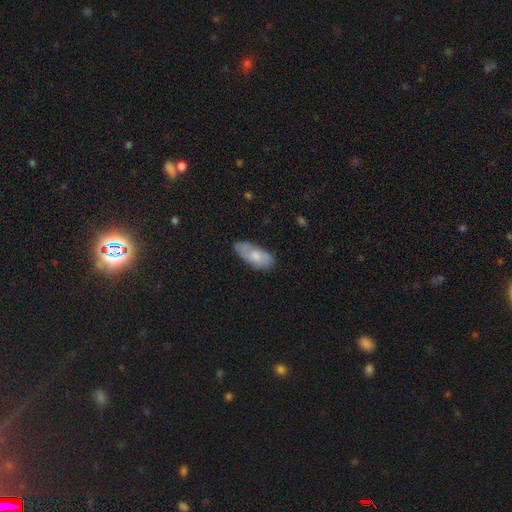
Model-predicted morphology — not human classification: Smooth or featured?
  - smooth: 70% *
  - featured or disk: 24%
  - star or artifact: 6%
How rounded?
  - in between: 85% *
  - cigar-shaped: 12%
  - round: 2%
Merging?
  - none: 70% *
  - minor disturbance: 24%
  - major disturbance: 5%
  - merger: 2%